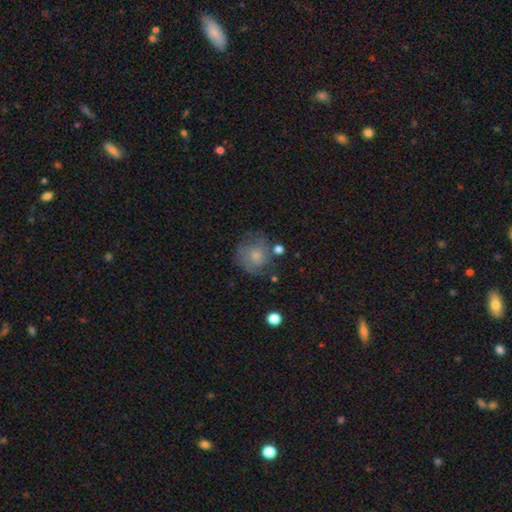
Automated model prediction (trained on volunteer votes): This appears to be a smooth galaxy with no disk features (48%). Merging: none (61%).